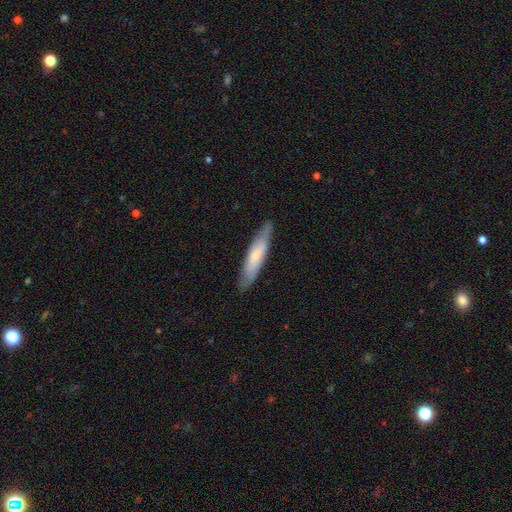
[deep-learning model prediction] This is possibly a smooth galaxy (57%). How rounded: clearly cigar-shaped (83%). Merging: clearly none (84%).